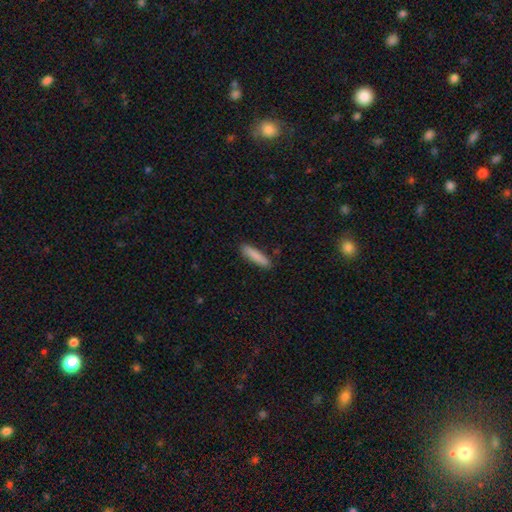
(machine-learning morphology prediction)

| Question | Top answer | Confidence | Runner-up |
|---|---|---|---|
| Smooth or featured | smooth | 86% | featured or disk (8%) |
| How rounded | cigar-shaped | 82% | in between (17%) |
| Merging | none | 88% | minor disturbance (9%) |